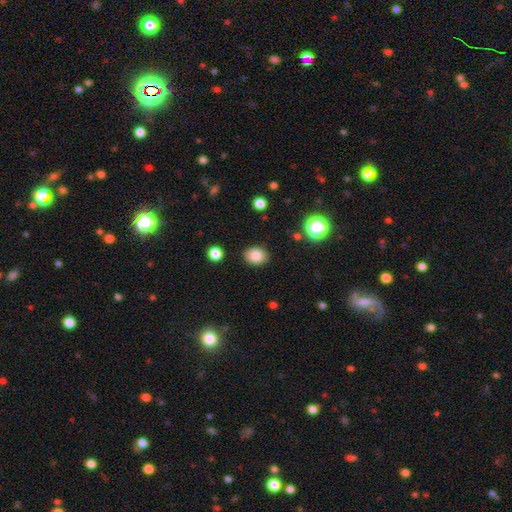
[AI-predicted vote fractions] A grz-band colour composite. It shows a smooth galaxy with no disk features (84%) that is in between round and cigar-shaped (65%). Merging: none (88%).